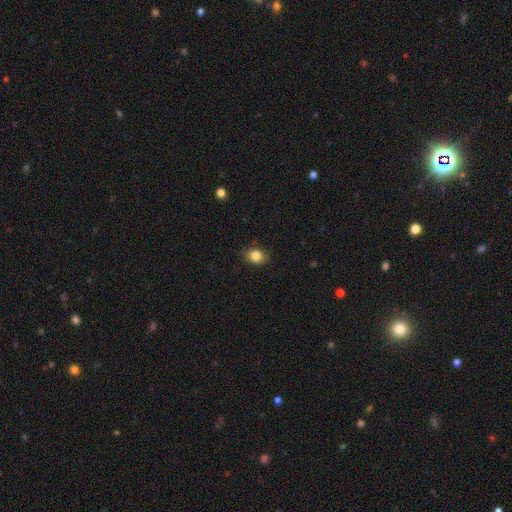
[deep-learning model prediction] smooth-or-featured: smooth: 83% | star or artifact: 10% | featured or disk: 7%
  how-rounded: in between: 59% | round: 40% | cigar-shaped: 1%
  merging: none: 83% | minor disturbance: 13% | major disturbance: 3% | merger: 1%